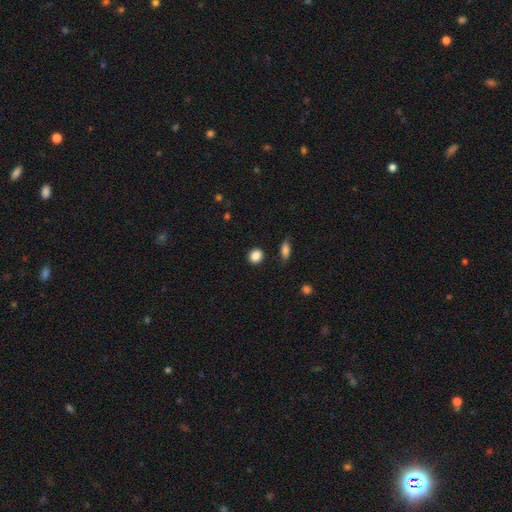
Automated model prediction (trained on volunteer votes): Morphology: type=smooth (87%); roundness=round (80%); merging=none (88%).